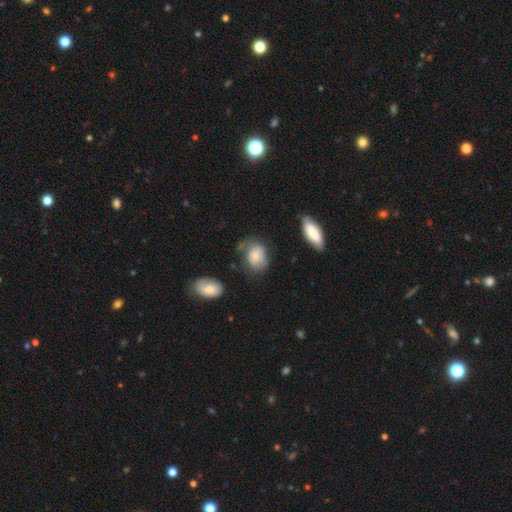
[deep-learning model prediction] Smooth or featured?
  - smooth: 65% *
  - featured or disk: 27%
  - star or artifact: 8%
How rounded?
  - in between: 61% *
  - round: 38%
  - cigar-shaped: 1%
Merging?
  - none: 43% *
  - minor disturbance: 32%
  - major disturbance: 21%
  - merger: 5%